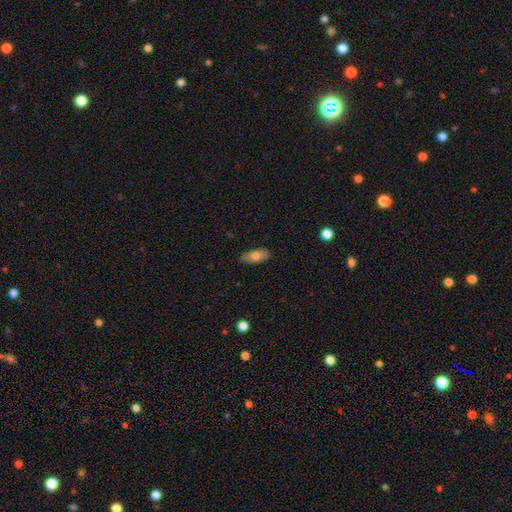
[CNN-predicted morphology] The model was most divided on "smooth or featured": smooth: 73%, featured or disk: 20%, star or artifact: 7%. More confident: merging — none (85%); how rounded — in between (83%).